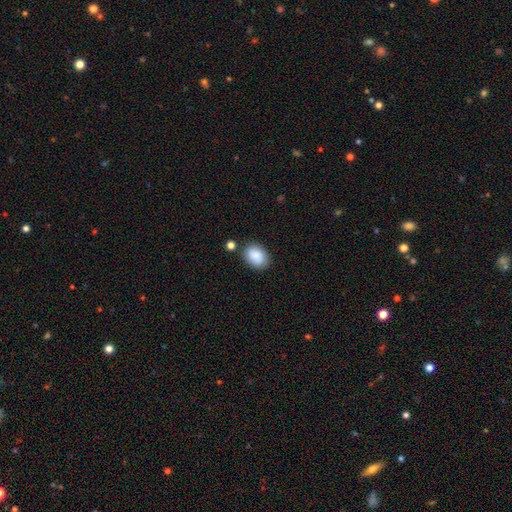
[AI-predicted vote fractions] Overall: smooth (86%). How rounded: in between (69%; round 30%). Merging: none (75%).